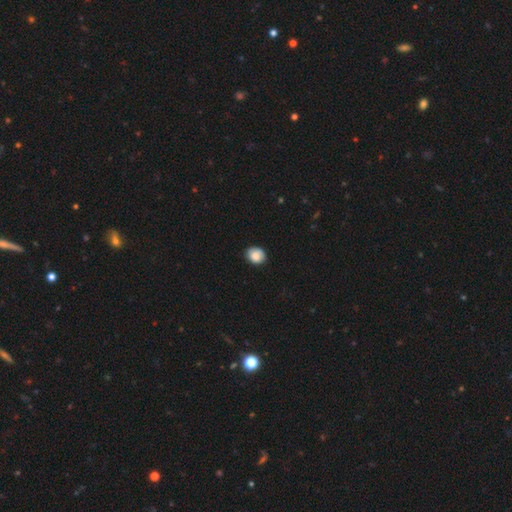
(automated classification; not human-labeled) Smooth or featured: smooth — 83% (featured or disk — 9%)
How rounded: round — 61% (in between — 38%)
Merging: none — 82% (minor disturbance — 15%)